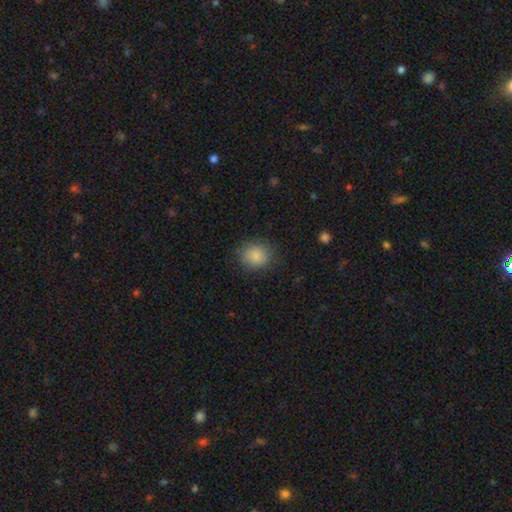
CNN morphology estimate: smooth_or_featured: smooth (p=0.85) [alt: star or artifact p=0.09]
how_rounded: round (p=0.76) [alt: in between p=0.24]
merging: none (p=0.81) [alt: minor disturbance p=0.14]